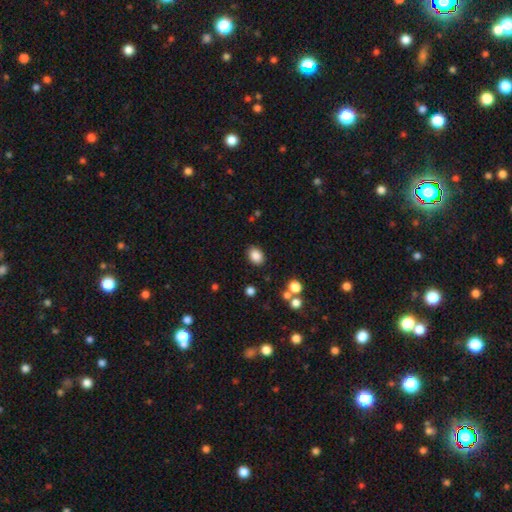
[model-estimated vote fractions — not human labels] smooth_or_featured: smooth (p=0.86) [alt: star or artifact p=0.09]
how_rounded: in between (p=0.71) [alt: round p=0.28]
merging: none (p=0.86) [alt: minor disturbance p=0.09]